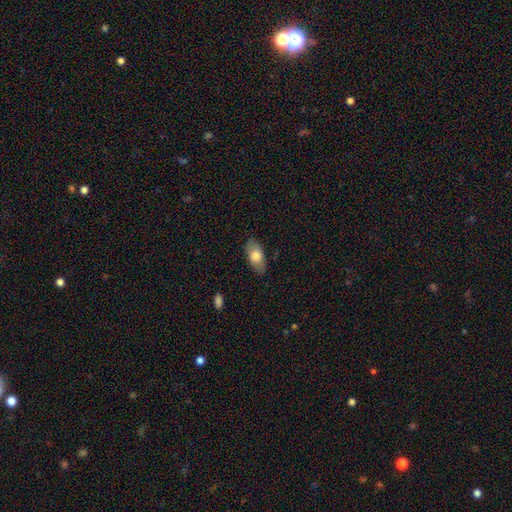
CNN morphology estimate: Overall: smooth (74%). How rounded: in between (91%). Merging: none (83%).